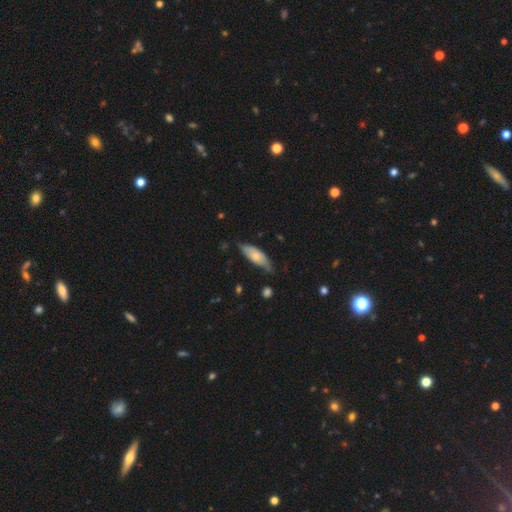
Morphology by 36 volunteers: smooth 61%, featured or disk 36%, star or artifact 3%. Down the decision tree: how rounded — in between (82%); merging — none (57%).